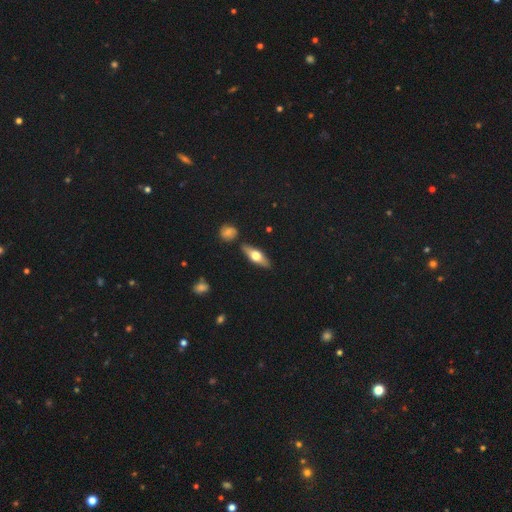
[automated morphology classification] Smooth or featured: smooth — 47% (tied with featured or disk — 47%)
Merging: none — 85% (minor disturbance — 9%)